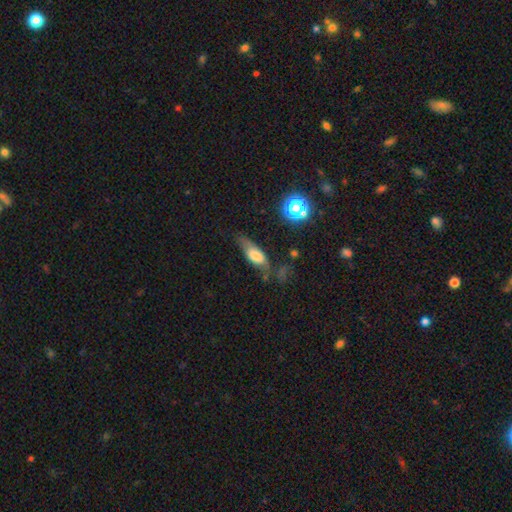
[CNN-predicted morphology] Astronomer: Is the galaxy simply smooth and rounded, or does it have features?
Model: smooth — 58%.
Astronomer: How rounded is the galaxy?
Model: in between — 66%.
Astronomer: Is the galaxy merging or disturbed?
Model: none — 47% (runner-up: minor disturbance, 30%).